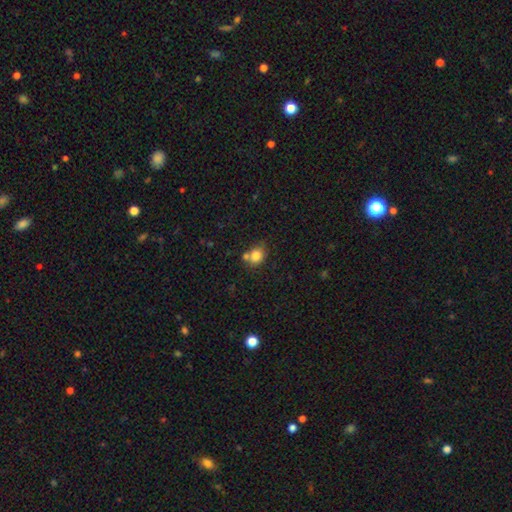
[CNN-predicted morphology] Q: Smooth or featured?
A: smooth (80%); runner-up: star or artifact (10%)
Q: How rounded?
A: round (64%); runner-up: in between (35%)
Q: Merging?
A: none (55%); runner-up: merger (28%)